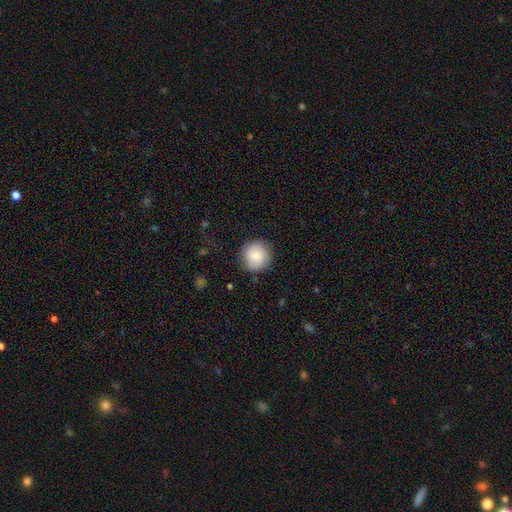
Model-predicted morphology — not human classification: This appears to be a smooth galaxy with no disk features (85%) that is round (94%). Merging: none (84%).